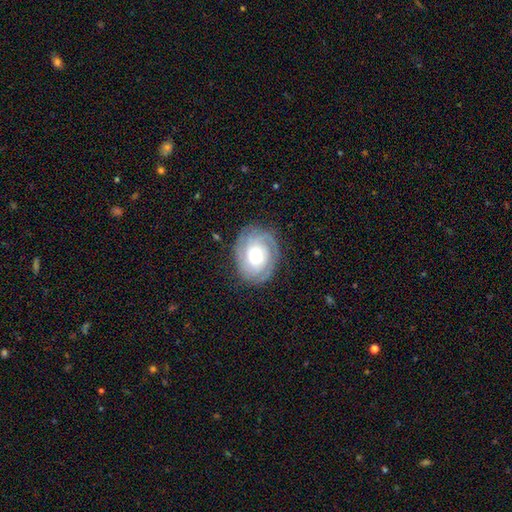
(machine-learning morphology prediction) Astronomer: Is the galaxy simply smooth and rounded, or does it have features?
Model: featured or disk — 76%.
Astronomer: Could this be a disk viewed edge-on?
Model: no — 97%.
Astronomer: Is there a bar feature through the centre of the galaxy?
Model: no — 78%.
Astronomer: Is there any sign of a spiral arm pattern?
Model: yes — 92%.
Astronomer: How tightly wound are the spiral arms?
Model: tight — 73%.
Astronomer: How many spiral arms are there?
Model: can't tell — 34% (runner-up: 3, 23%).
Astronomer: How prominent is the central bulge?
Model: moderate — 62%.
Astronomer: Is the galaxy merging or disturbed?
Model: none — 79%.